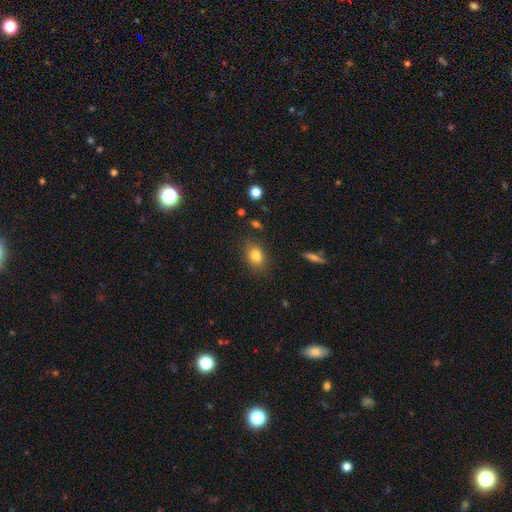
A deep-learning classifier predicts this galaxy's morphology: smooth_or_featured: smooth (p=0.82) [alt: star or artifact p=0.10]
how_rounded: in between (p=0.65) [alt: round p=0.34]
merging: none (p=0.83) [alt: minor disturbance p=0.12]